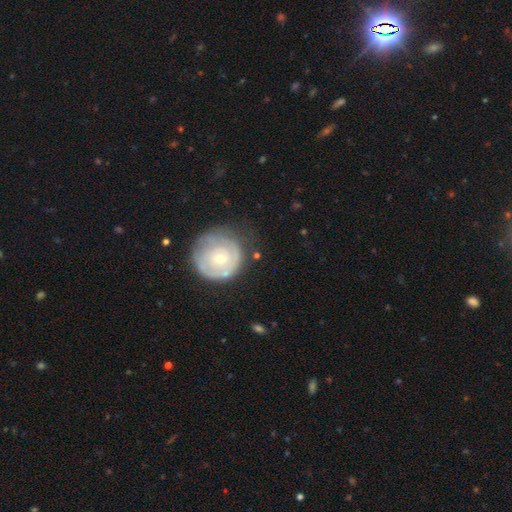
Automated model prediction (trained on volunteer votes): smooth_or_featured: featured or disk (p=0.61) [alt: smooth p=0.33]
disk_edge_on: no (p=0.97) [alt: yes p=0.03]
bar: no (p=0.83) [alt: weak p=0.14]
has_spiral_arms: yes (p=0.68) [alt: no p=0.32]
bulge_size: small (p=0.64) [alt: moderate p=0.32]
merging: none (p=0.67) [alt: minor disturbance p=0.22]